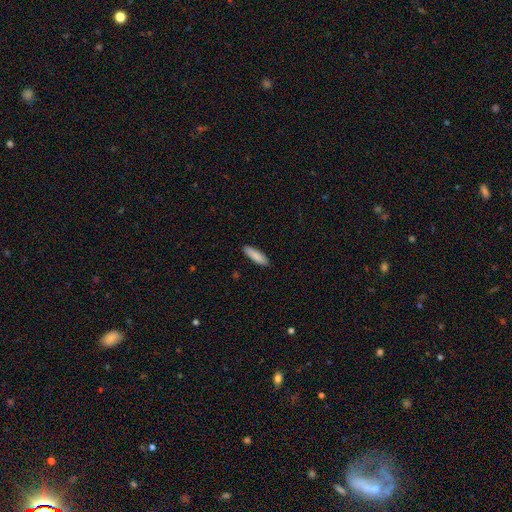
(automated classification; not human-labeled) This appears to be a smooth galaxy with no disk features (88%) that is cigar-shaped (60%). Merging: none (89%).